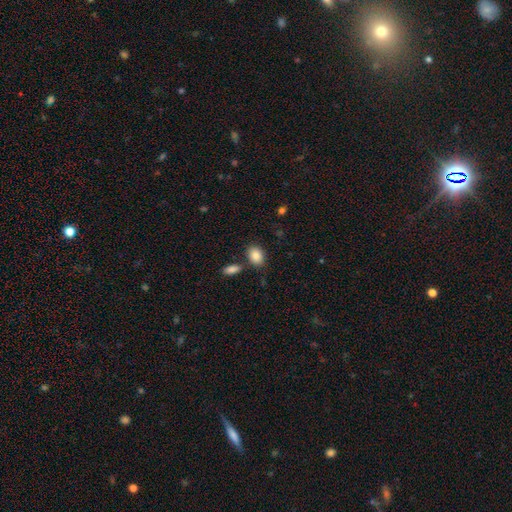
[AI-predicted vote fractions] The model was most divided on "how rounded": in between: 75%, round: 24%, cigar-shaped: 1%. More confident: smooth or featured — smooth (87%); merging — none (75%).